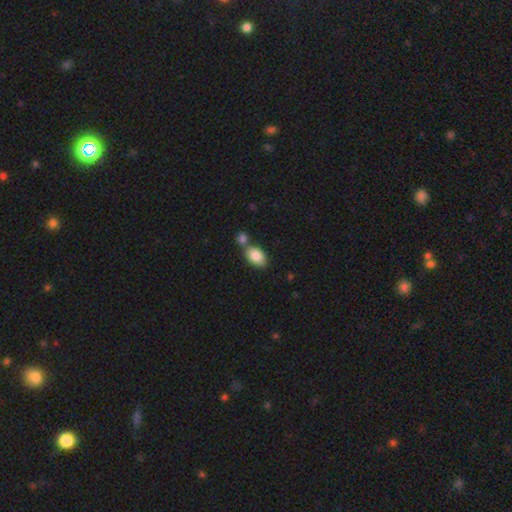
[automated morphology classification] This appears to be a smooth galaxy with no disk features (84%) that is in between round and cigar-shaped (90%). Merging: none (50%).